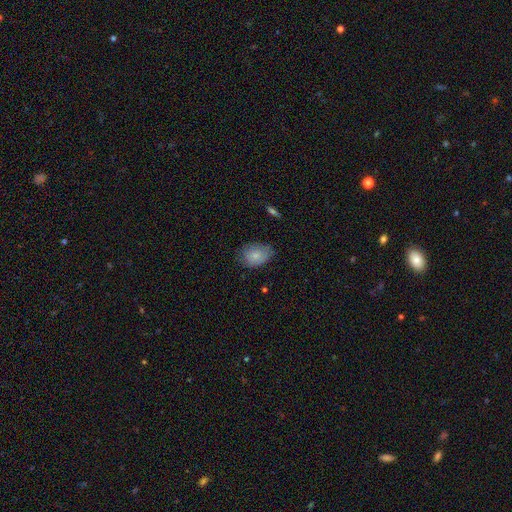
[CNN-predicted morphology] smooth_or_featured: smooth (p=0.80) [alt: featured or disk p=0.13]
how_rounded: in between (p=0.74) [alt: round p=0.25]
merging: none (p=0.68) [alt: minor disturbance p=0.25]